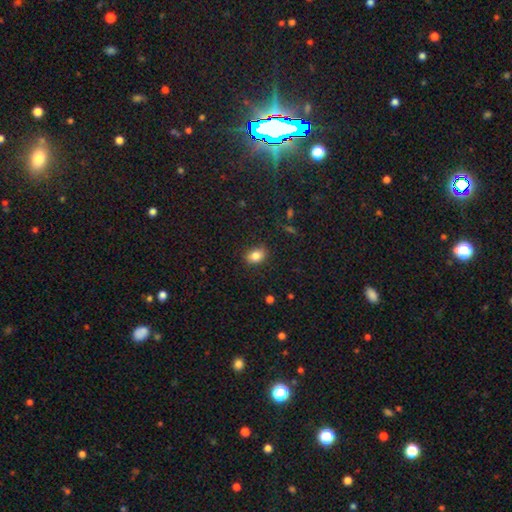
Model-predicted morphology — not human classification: The model was most divided on "how rounded": in between: 71%, round: 28%, cigar-shaped: 1%. More confident: smooth or featured — smooth (83%); merging — none (80%).